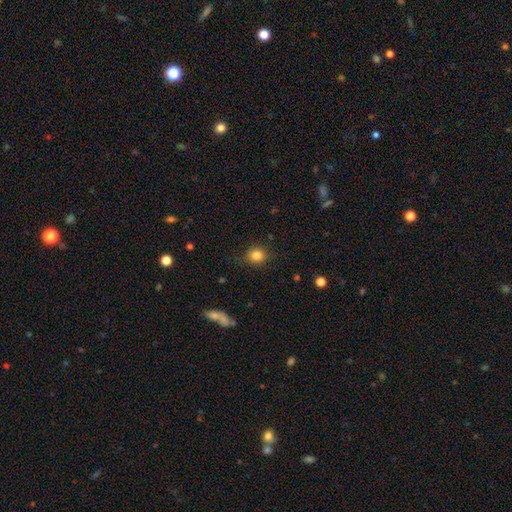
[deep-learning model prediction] Smooth or featured?
  - smooth: 84% *
  - star or artifact: 11%
  - featured or disk: 6%
How rounded?
  - round: 80% *
  - in between: 19%
  - cigar-shaped: 1%
Merging?
  - none: 86% *
  - minor disturbance: 10%
  - major disturbance: 3%
  - merger: 1%